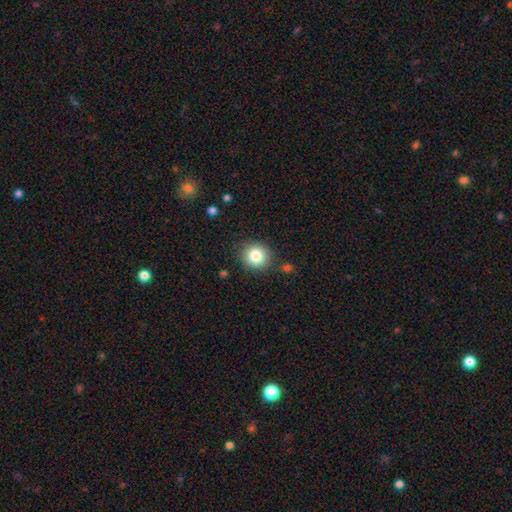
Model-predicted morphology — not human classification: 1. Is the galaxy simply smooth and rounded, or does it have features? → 83% smooth, 10% star or artifact, 7% featured or disk.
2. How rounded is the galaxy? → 88% round, 11% in between, 1% cigar-shaped.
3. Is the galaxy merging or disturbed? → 88% none, 8% minor disturbance, 2% major disturbance, 2% merger.